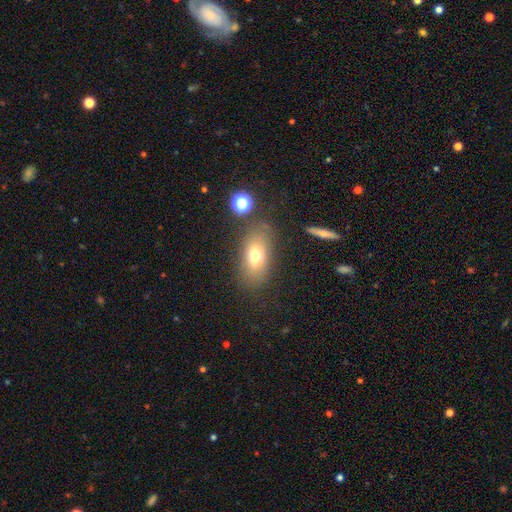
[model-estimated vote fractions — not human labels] Smooth or featured? Predicted: smooth (p=0.71). How rounded? Predicted: in between (p=0.84). Merging? Predicted: none (p=0.77).